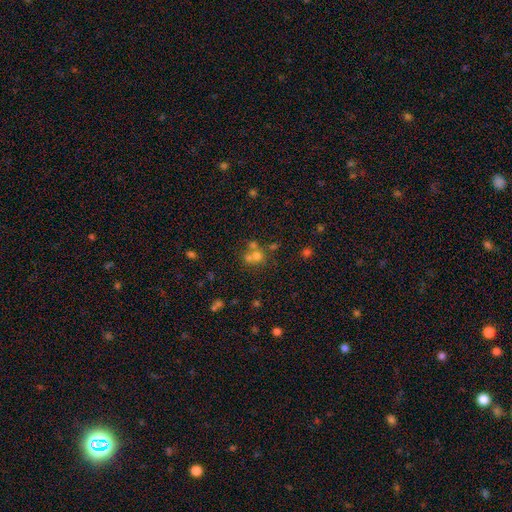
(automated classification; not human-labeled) smooth 59%, star or artifact 23%, featured or disk 19%. Down the decision tree: how rounded — round (81%); merging — merger (47%).